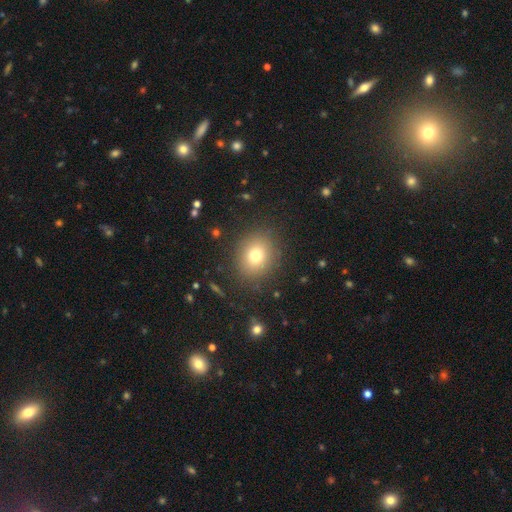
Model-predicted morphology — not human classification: smooth-or-featured: smooth: 76% | star or artifact: 14% | featured or disk: 11%
  how-rounded: round: 70% | in between: 29% | cigar-shaped: 1%
  merging: none: 86% | minor disturbance: 9% | major disturbance: 4% | merger: 1%